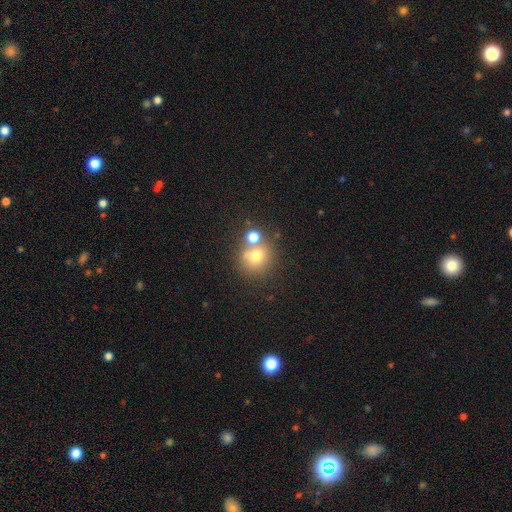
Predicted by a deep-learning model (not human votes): smooth_or_featured: smooth (p=0.71) [alt: star or artifact p=0.15]
how_rounded: round (p=0.86) [alt: in between p=0.13]
merging: none (p=0.55) [alt: merger p=0.31]